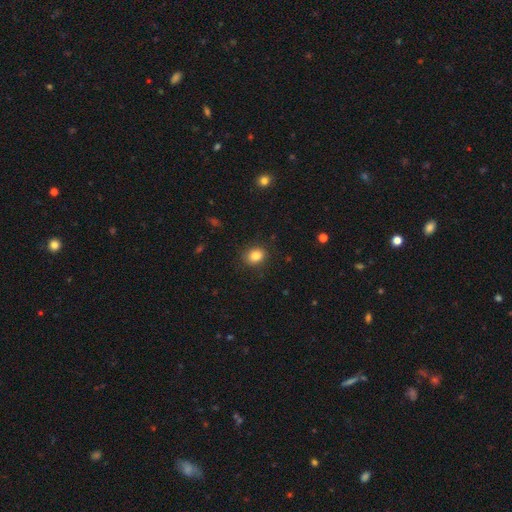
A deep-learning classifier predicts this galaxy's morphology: Smooth or featured? Predicted: smooth (p=0.84). How rounded? Predicted: round (p=0.58). Merging? Predicted: none (p=0.87).